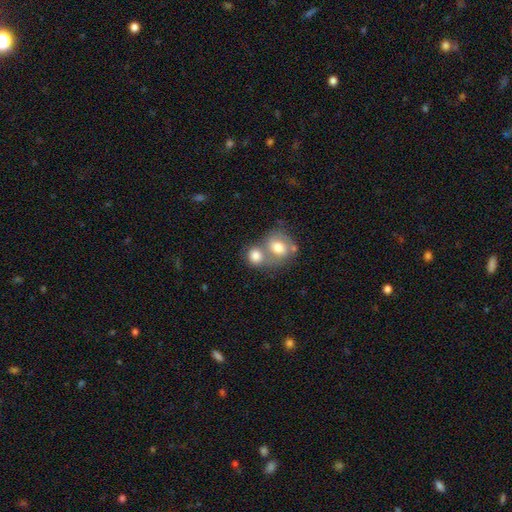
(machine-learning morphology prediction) The model was most divided on "how rounded": round: 61%, in between: 38%, cigar-shaped: 1%. More confident: smooth or featured — smooth (75%); merging — merger (59%).